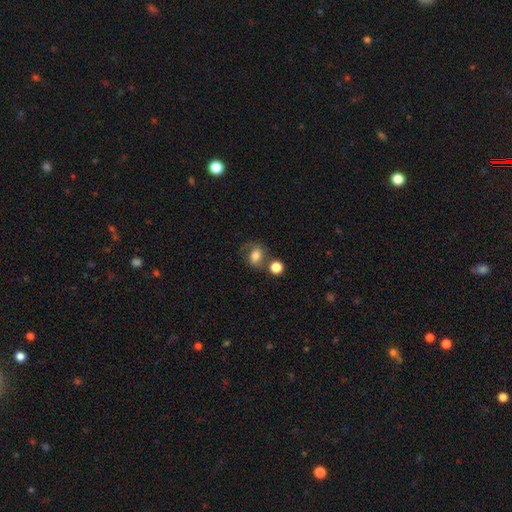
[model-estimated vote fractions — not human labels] The model was most divided on "how rounded" (2-way tie): round: 49%, in between: 49%, cigar-shaped: 1%. Remaining: smooth or featured — smooth (63%); merging — none (49%).